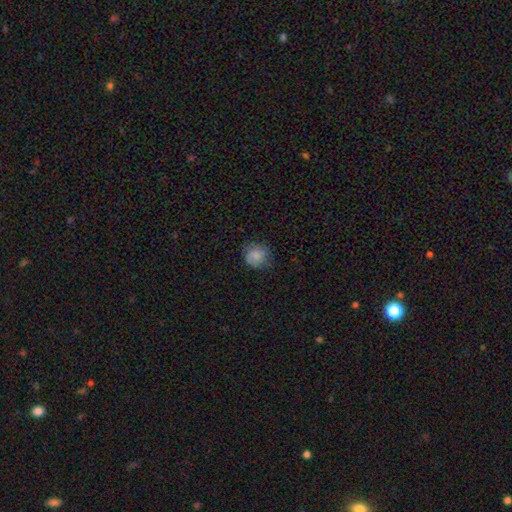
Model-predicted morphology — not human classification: Smooth or featured? Predicted: smooth (p=0.83). How rounded? Predicted: round (p=0.86). Merging? Predicted: none (p=0.74).